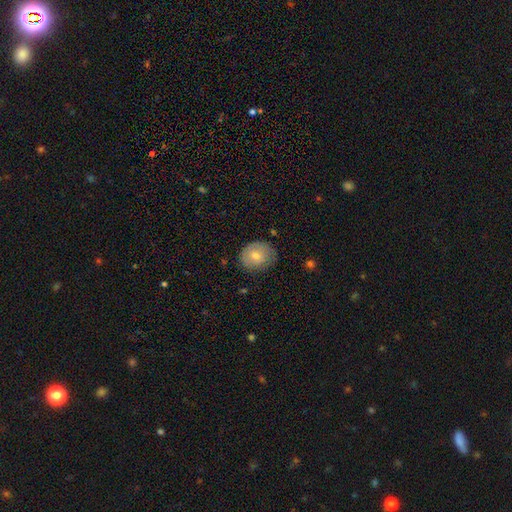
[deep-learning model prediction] smooth_or_featured: smooth (p=0.62) [alt: featured or disk p=0.29]
how_rounded: round (p=0.60) [alt: in between p=0.39]
merging: none (p=0.75) [alt: minor disturbance p=0.20]